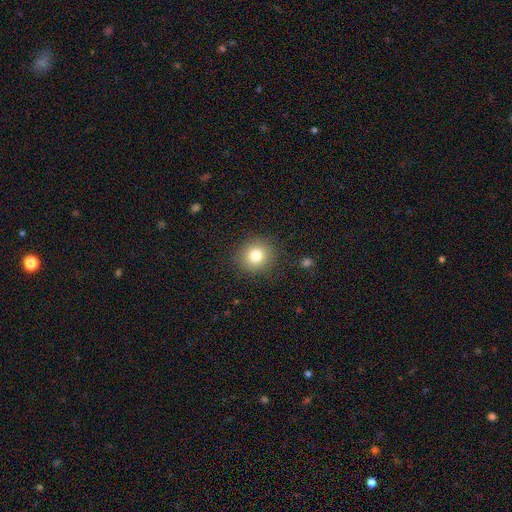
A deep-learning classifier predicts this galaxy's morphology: A smooth galaxy with no disk features (80%) that is round (88%).

Vote fractions:
- Smooth or featured? smooth: 80% / star or artifact: 12% / featured or disk: 8%
- How rounded? round: 88% / in between: 11% / cigar-shaped: 1%
- Merging? none: 88% / minor disturbance: 7% / major disturbance: 3% / merger: 1%